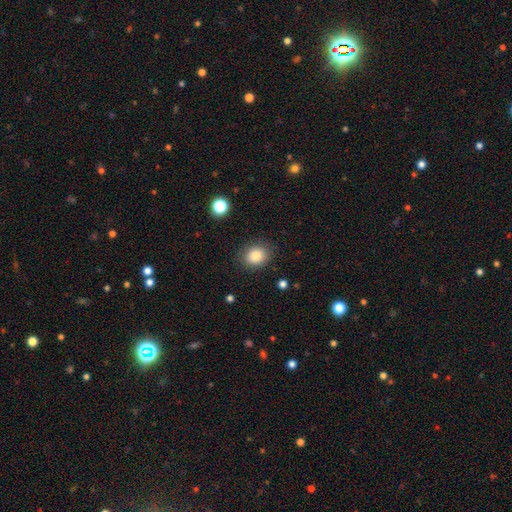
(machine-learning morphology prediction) This appears to be a smooth galaxy with no disk features (84%) that is round (66%). Merging: none (86%).